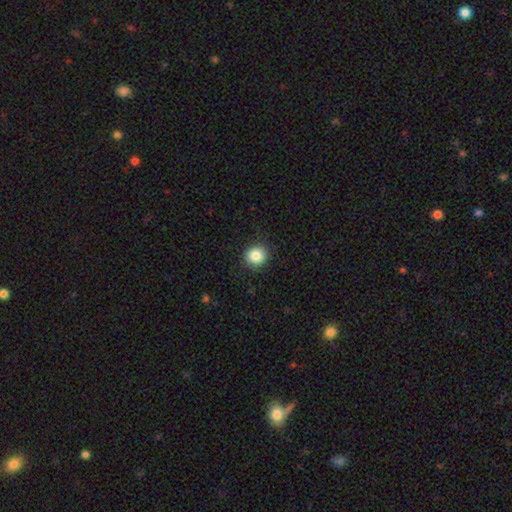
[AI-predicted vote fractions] smooth 86%, star or artifact 9%, featured or disk 5%. Down the decision tree: how rounded — round (88%); merging — none (90%).